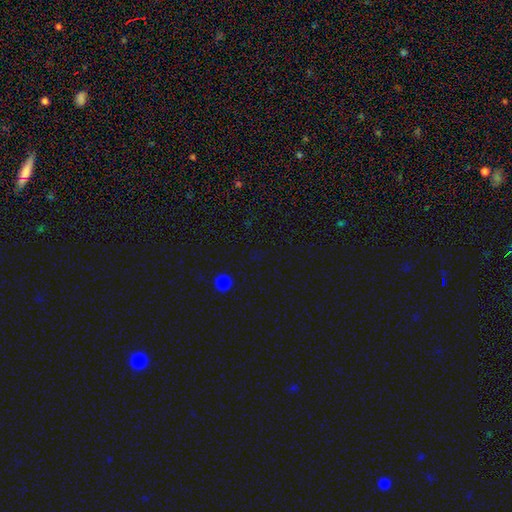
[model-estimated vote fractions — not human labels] Smooth or featured: star or artifact — 51% (smooth — 44%)